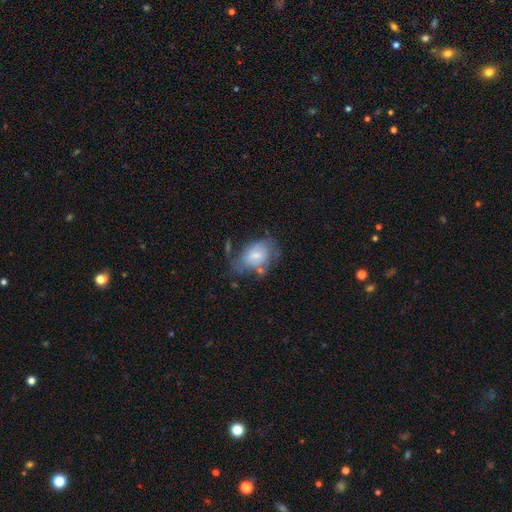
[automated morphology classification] smooth_or_featured: smooth (p=0.53) [alt: featured or disk p=0.39]
how_rounded: in between (p=0.80) [alt: round p=0.18]
merging: none (p=0.40) [alt: minor disturbance p=0.29]